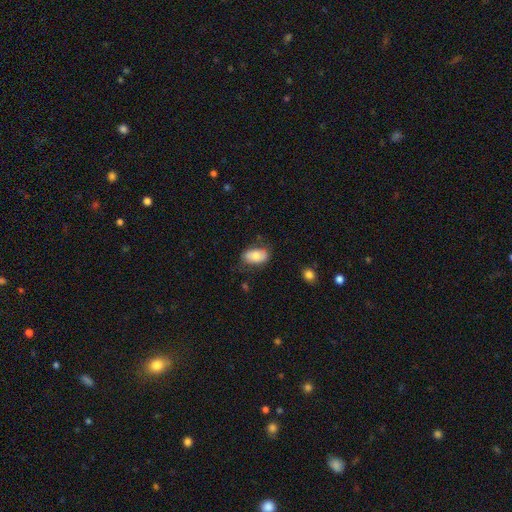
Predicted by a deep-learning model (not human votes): smooth-or-featured: smooth: 75% | featured or disk: 18% | star or artifact: 7%
  how-rounded: in between: 93% | round: 5% | cigar-shaped: 2%
  merging: none: 71% | minor disturbance: 21% | major disturbance: 6% | merger: 2%